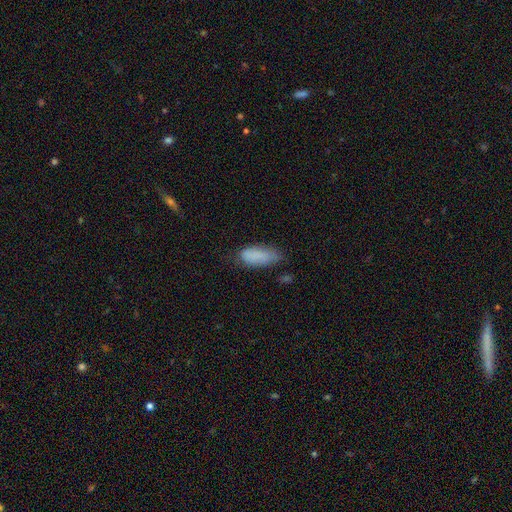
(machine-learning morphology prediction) Smooth or featured? Predicted: smooth (p=0.84). How rounded? Predicted: in between (p=0.78). Merging? Predicted: none (p=0.55).